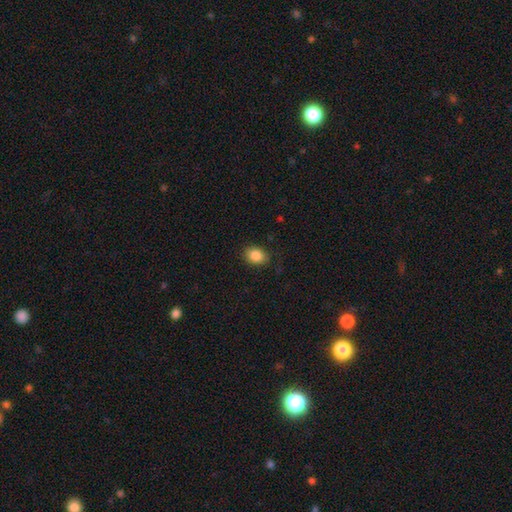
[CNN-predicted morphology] Smooth or featured: smooth — 86% (star or artifact — 9%)
How rounded: in between — 65% (round — 34%)
Merging: none — 85% (minor disturbance — 12%)